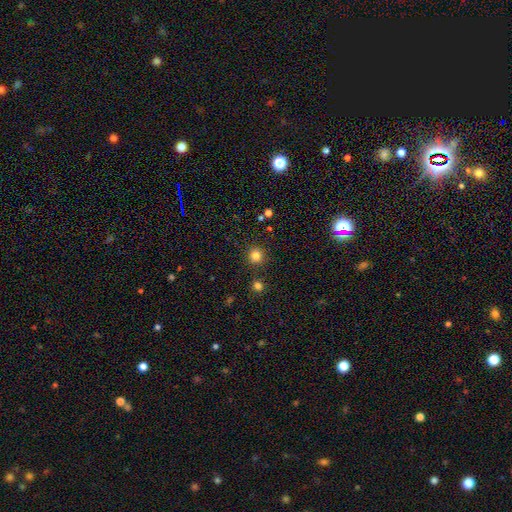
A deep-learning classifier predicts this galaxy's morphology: Smooth or featured? Predicted: smooth (p=0.81). How rounded? Predicted: round (p=0.93). Merging? Predicted: none (p=0.88).